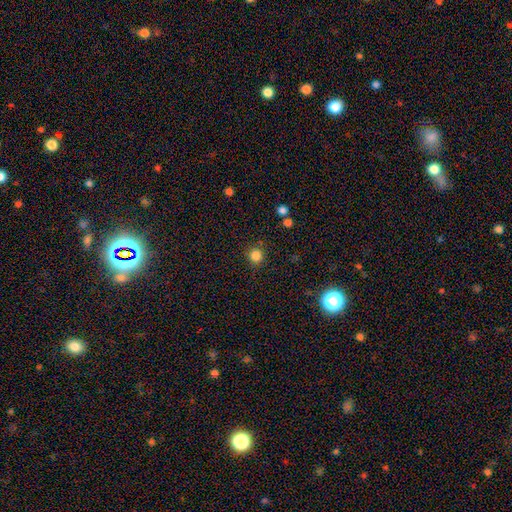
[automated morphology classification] A smooth galaxy with no disk features (83%) that is round (94%).

Vote fractions:
- Smooth or featured? smooth: 83% / star or artifact: 13% / featured or disk: 4%
- How rounded? round: 94% / in between: 6% / cigar-shaped: 1%
- Merging? none: 88% / minor disturbance: 7% / major disturbance: 3% / merger: 2%